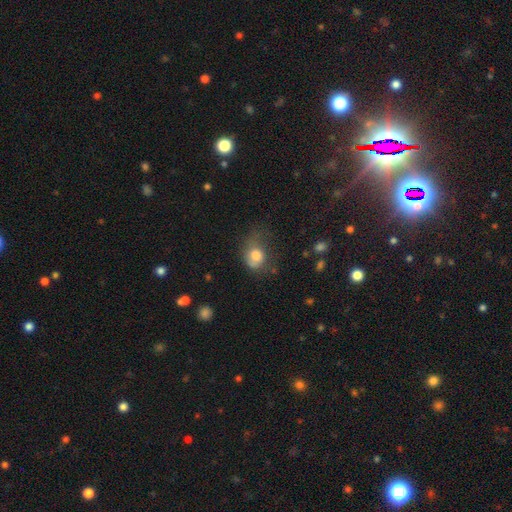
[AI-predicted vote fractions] Smooth or featured? smooth (73%)
How rounded? round (53%)
Merging? none (33%)